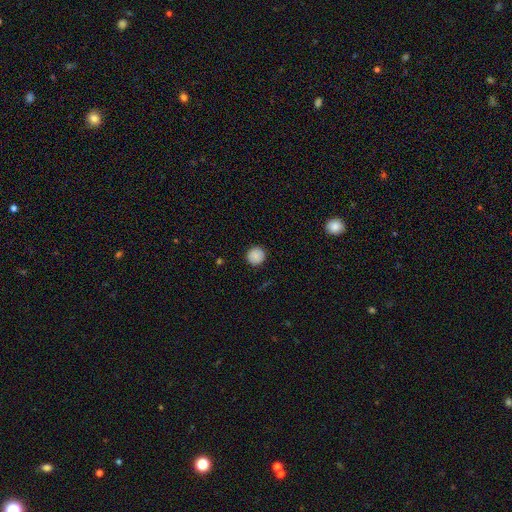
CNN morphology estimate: Smooth or featured? Predicted: smooth (p=0.87). How rounded? Predicted: round (p=0.94). Merging? Predicted: none (p=0.90).